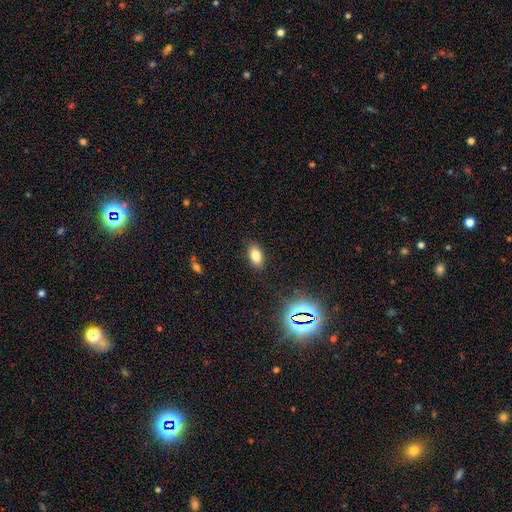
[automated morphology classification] Overall: smooth (79%). How rounded: in between (90%). Merging: none (86%).